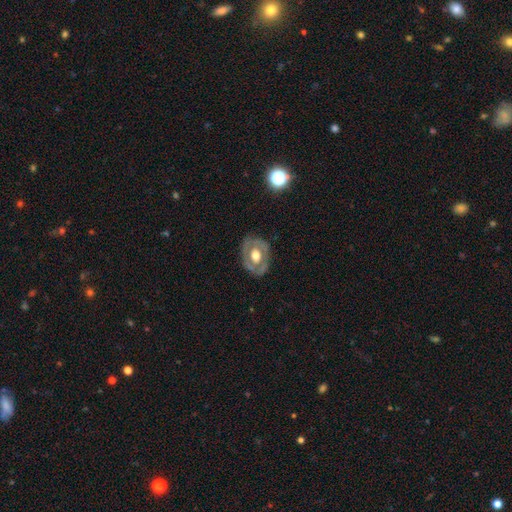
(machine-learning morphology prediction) The model was most divided on "bulge size": moderate: 53%, large: 40%, small: 4%, dominant: 2%, none: 1%. More confident: edge-on disk — no (94%); merging — none (77%); bar — no (76%); spiral arms — no (70%); smooth or featured — featured or disk (65%).